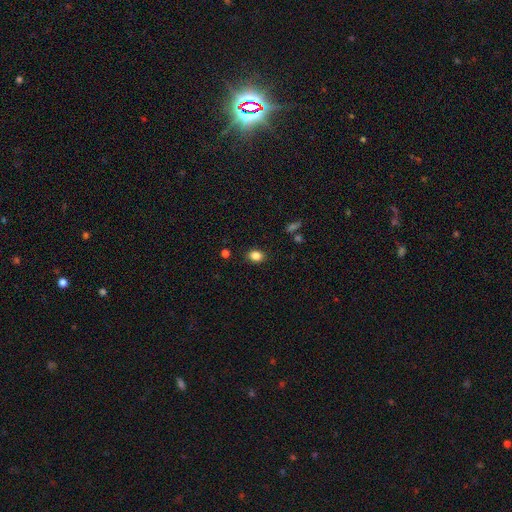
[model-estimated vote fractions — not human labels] Overall: smooth (84%). How rounded: in between (57%; round 42%). Merging: none (87%).